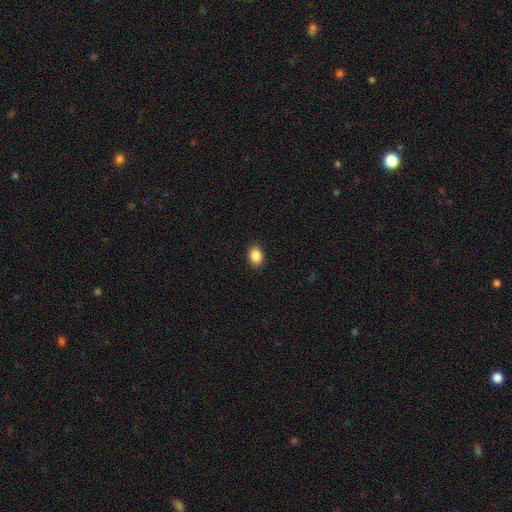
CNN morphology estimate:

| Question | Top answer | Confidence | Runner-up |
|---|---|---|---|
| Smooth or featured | smooth | 88% | star or artifact (8%) |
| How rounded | in between | 70% | round (29%) |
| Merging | none | 90% | minor disturbance (7%) |